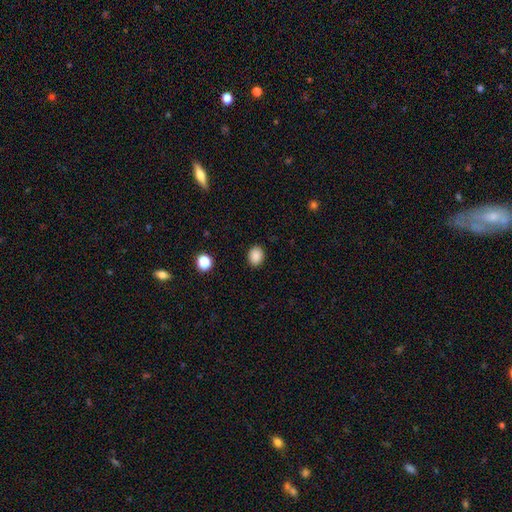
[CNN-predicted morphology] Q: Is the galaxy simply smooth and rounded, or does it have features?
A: smooth — 87%.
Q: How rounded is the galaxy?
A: round — 51%.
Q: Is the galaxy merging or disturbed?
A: none — 89%.